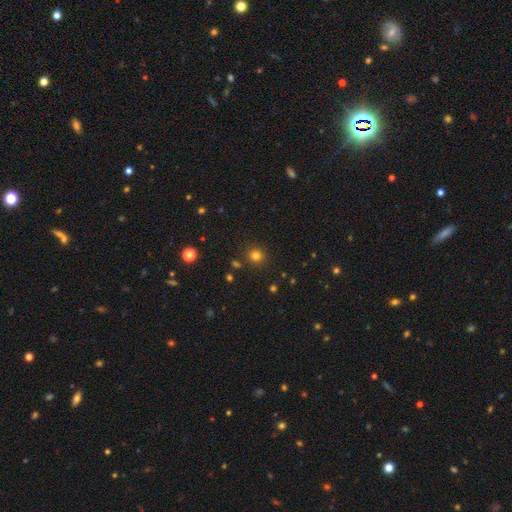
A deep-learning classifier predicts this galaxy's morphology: type=smooth (78%); roundness=round (91%); merging=none (87%).